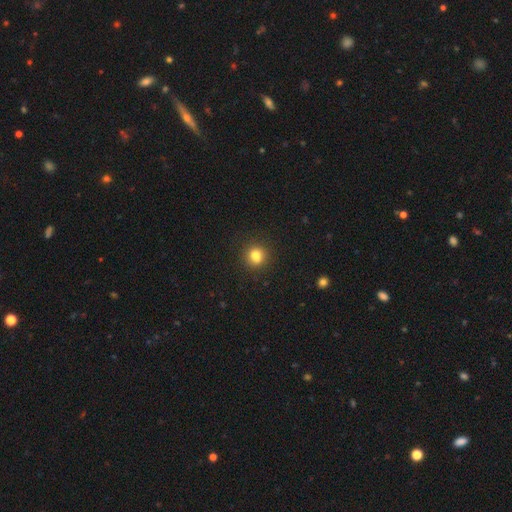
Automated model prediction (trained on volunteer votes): Smooth or featured: smooth — 78% (star or artifact — 13%)
How rounded: round — 82% (in between — 17%)
Merging: none — 76% (merger — 10%)